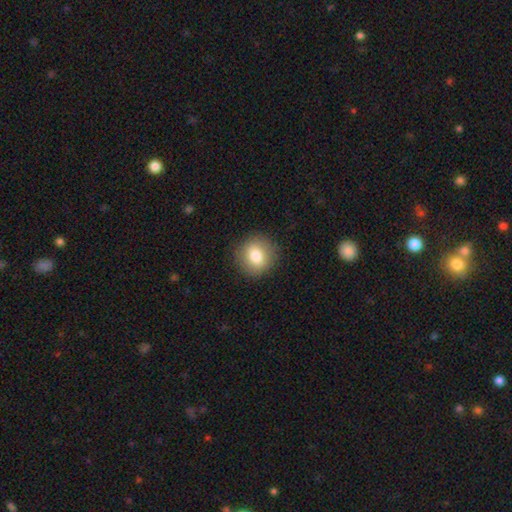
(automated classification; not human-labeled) Overall: smooth (81%). How rounded: round (87%). Merging: none (89%).